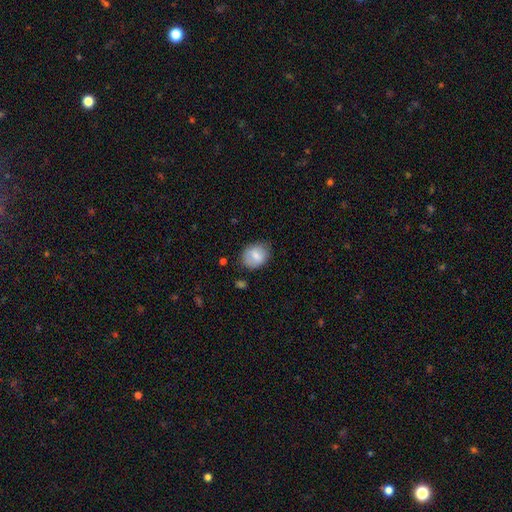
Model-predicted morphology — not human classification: Smooth or featured? Predicted: smooth (p=0.74). How rounded? Predicted: in between (p=0.58). Merging? Predicted: none (p=0.70).